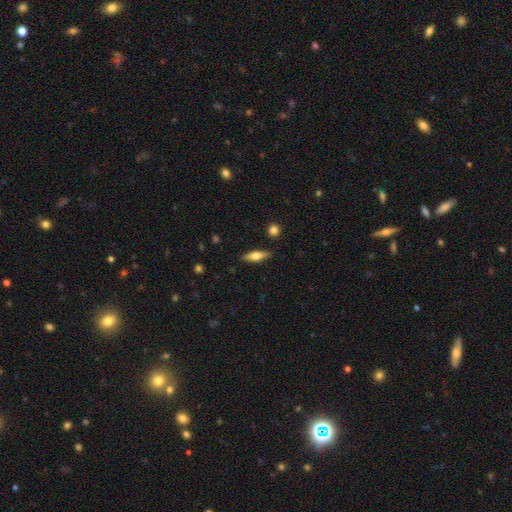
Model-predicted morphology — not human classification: The model was most divided on "smooth or featured": smooth: 49%, featured or disk: 44%, star or artifact: 7%. More confident: merging — none (88%).